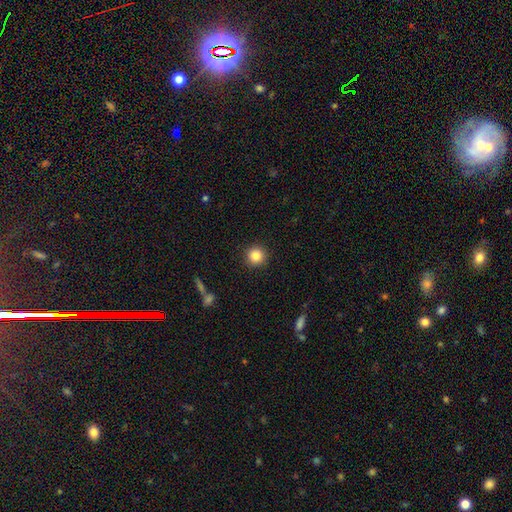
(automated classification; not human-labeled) This is clearly a smooth galaxy (85%). How rounded: clearly round (95%). Merging: clearly none (92%).